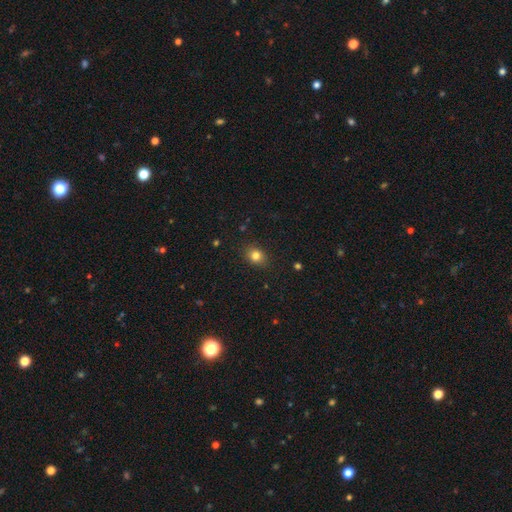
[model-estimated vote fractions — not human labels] smooth-or-featured: smooth: 81% | star or artifact: 12% | featured or disk: 7%
  how-rounded: round: 54% | in between: 45% | cigar-shaped: 1%
  merging: none: 86% | minor disturbance: 11% | major disturbance: 3% | merger: 1%